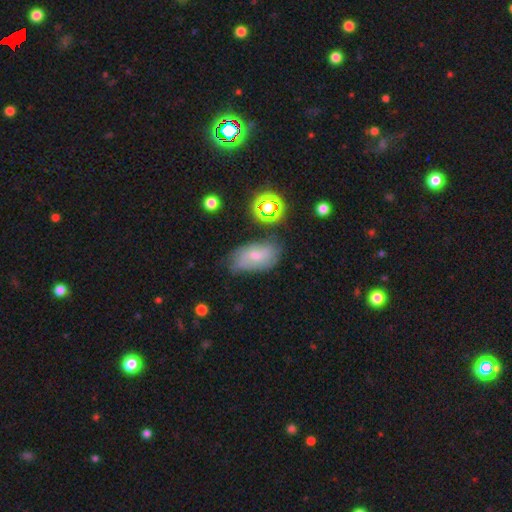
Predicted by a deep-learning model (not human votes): Smooth or featured: smooth — 55% (featured or disk — 33%)
How rounded: in between — 90% (round — 7%)
Merging: none — 57% (minor disturbance — 30%)